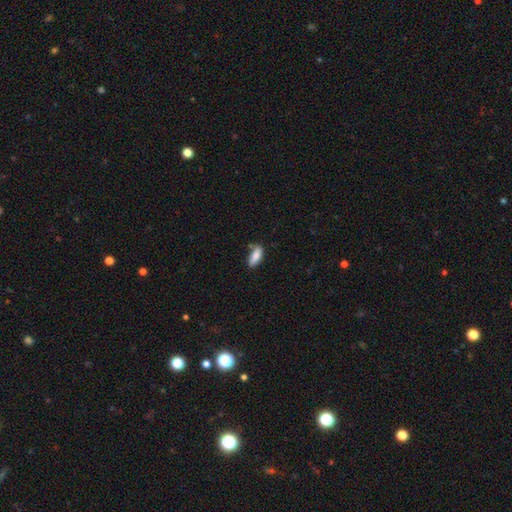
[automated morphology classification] Q: Smooth or featured?
A: smooth (83%); runner-up: featured or disk (10%)
Q: How rounded?
A: in between (71%); runner-up: cigar-shaped (26%)
Q: Merging?
A: none (62%); runner-up: minor disturbance (24%)